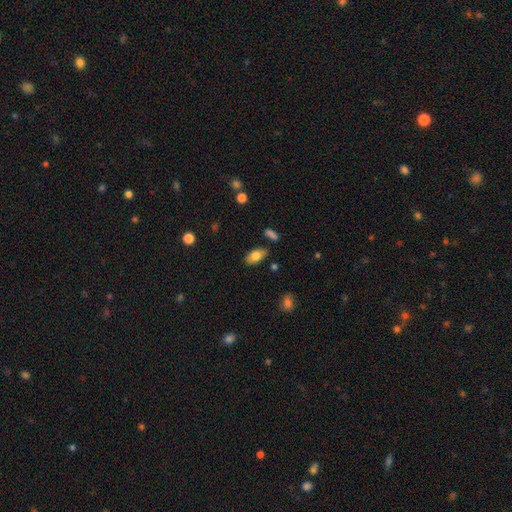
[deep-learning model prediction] Q: Smooth or featured?
A: smooth (78%); runner-up: featured or disk (15%)
Q: How rounded?
A: in between (92%); runner-up: cigar-shaped (4%)
Q: Merging?
A: none (82%); runner-up: minor disturbance (12%)